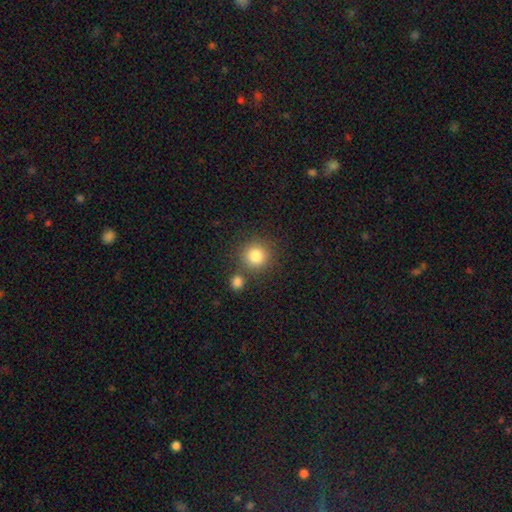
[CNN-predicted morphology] This is clearly a smooth galaxy (83%). How rounded: clearly round (92%). Merging: likely none (76%).